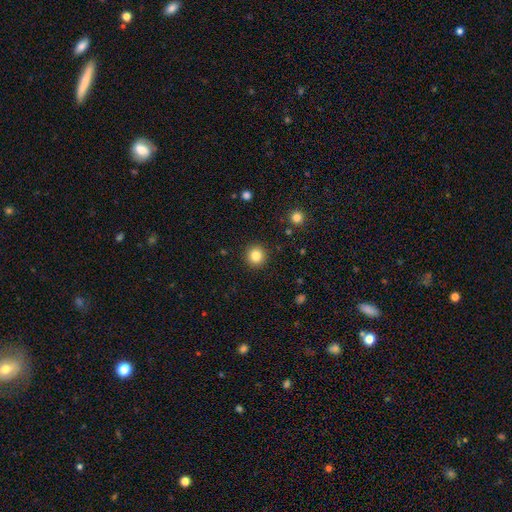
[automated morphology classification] This is clearly a smooth galaxy (83%). How rounded: clearly round (94%). Merging: clearly none (92%).